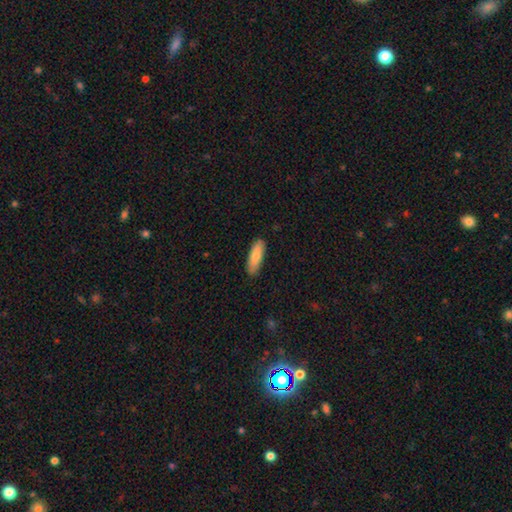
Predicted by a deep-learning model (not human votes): Morphology: type=smooth (80%); roundness=in between (52%); merging=none (87%).